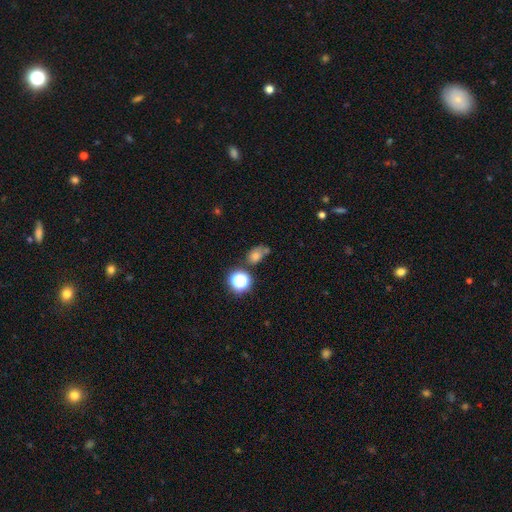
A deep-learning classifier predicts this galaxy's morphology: type=smooth (53%); roundness=round (56%); merging=none (57%).